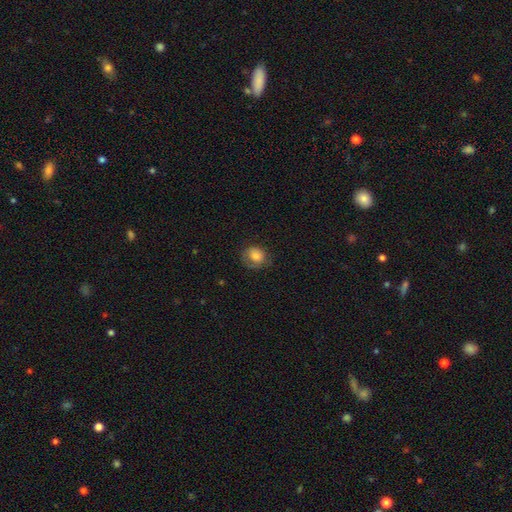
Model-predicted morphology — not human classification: Smooth or featured: smooth — 72% (featured or disk — 20%)
How rounded: round — 64% (in between — 35%)
Merging: none — 59% (minor disturbance — 24%)